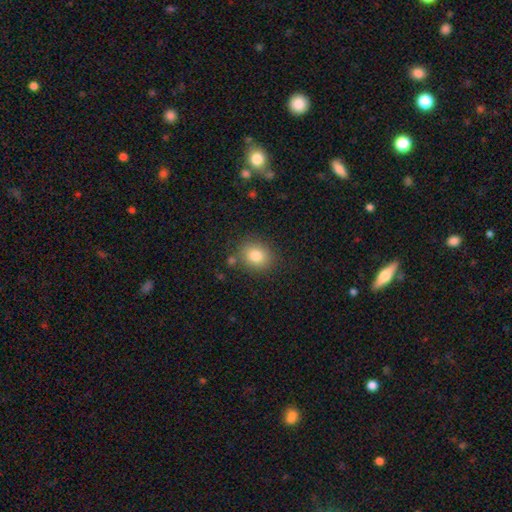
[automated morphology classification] Overall: smooth (82%). How rounded: round (66%; in between 33%). Merging: none (81%).